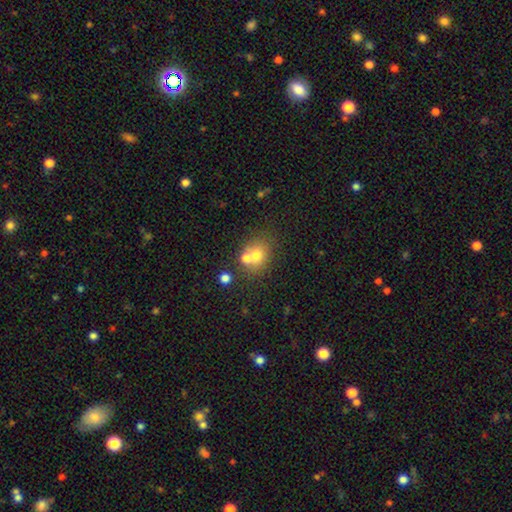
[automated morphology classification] Smooth or featured: smooth — 68% (featured or disk — 17%)
How rounded: round — 67% (in between — 32%)
Merging: none — 49% (merger — 37%)